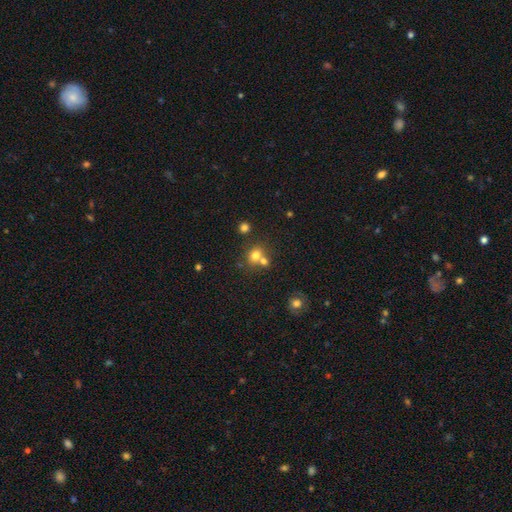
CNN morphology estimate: type=smooth (73%); roundness=round (69%); merging=none (47%).